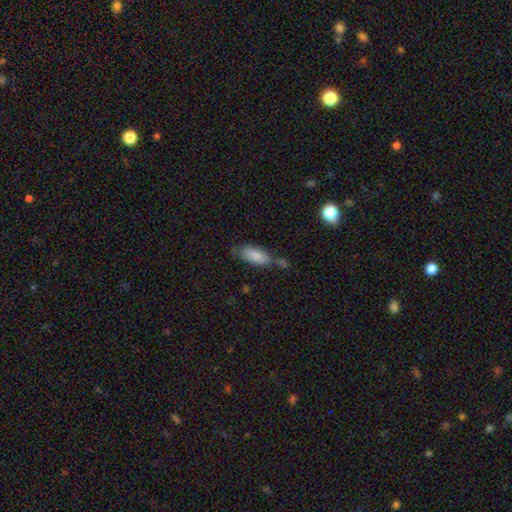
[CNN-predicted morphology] Q: Smooth or featured?
A: smooth (84%); runner-up: featured or disk (9%)
Q: How rounded?
A: in between (83%); runner-up: cigar-shaped (15%)
Q: Merging?
A: none (48%); runner-up: minor disturbance (27%)